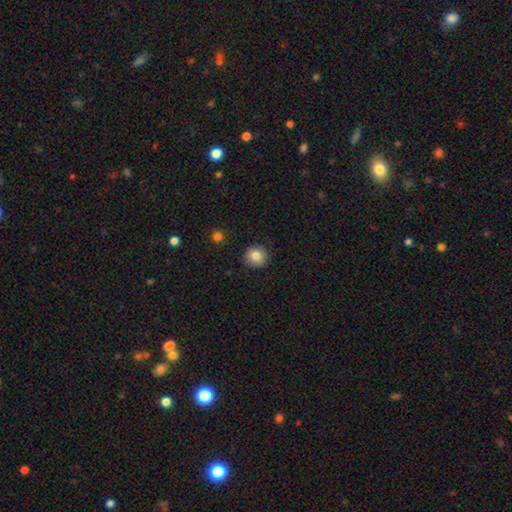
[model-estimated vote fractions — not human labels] smooth-or-featured: smooth: 83% | star or artifact: 9% | featured or disk: 7%
  how-rounded: round: 91% | in between: 8% | cigar-shaped: 1%
  merging: none: 90% | minor disturbance: 7% | major disturbance: 2% | merger: 1%